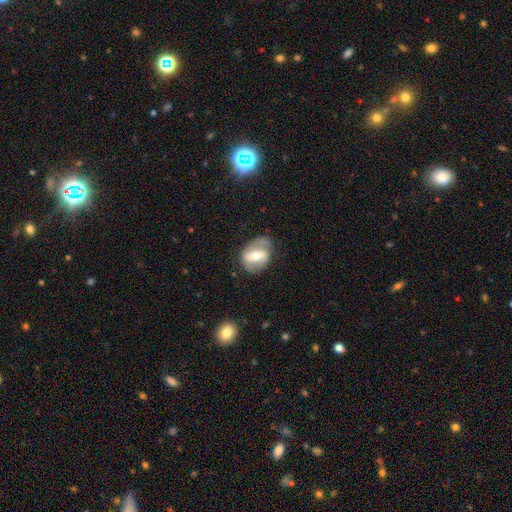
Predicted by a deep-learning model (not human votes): Morphology: type=featured or disk (64%); edge-on=no (95%); bar=strong (46%); spiral arms=yes (75%); bulge=moderate (65%); merging=none (66%).